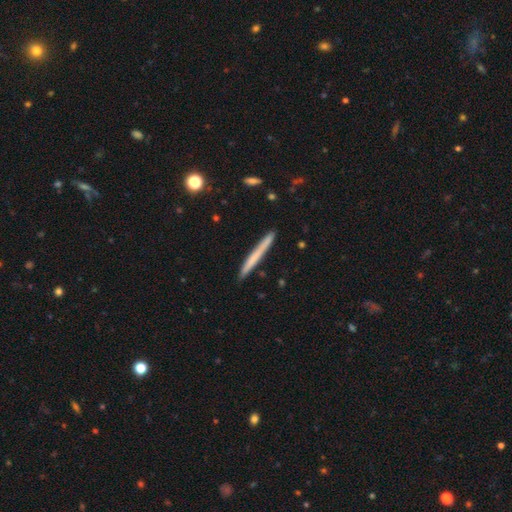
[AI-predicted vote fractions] The model was most divided on "smooth or featured": smooth: 61%, featured or disk: 33%, star or artifact: 6%. More confident: how rounded — cigar-shaped (97%); merging — none (90%).